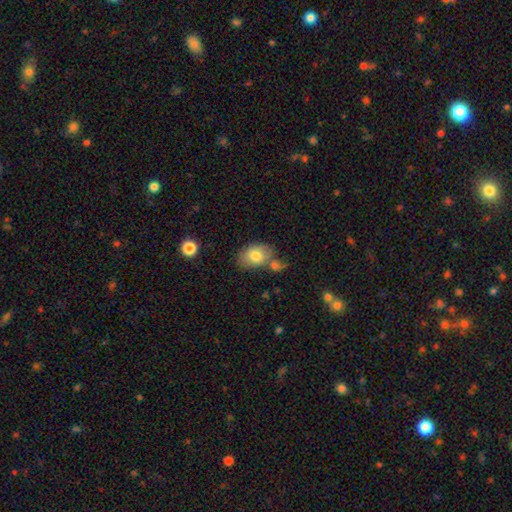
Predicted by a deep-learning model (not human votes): Smooth or featured?
  - smooth: 78% *
  - featured or disk: 14%
  - star or artifact: 8%
How rounded?
  - in between: 76% *
  - round: 23%
  - cigar-shaped: 1%
Merging?
  - none: 53% *
  - merger: 22%
  - minor disturbance: 18%
  - major disturbance: 7%